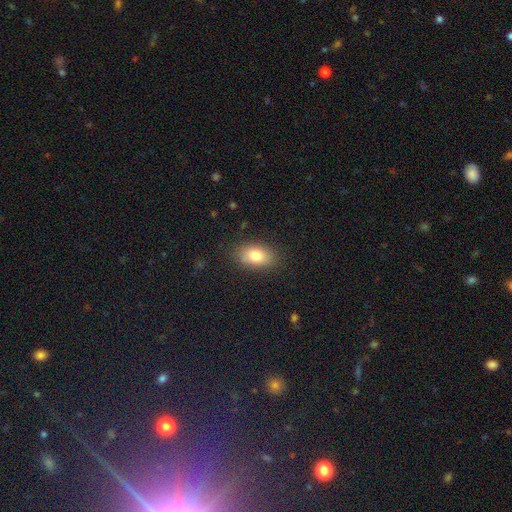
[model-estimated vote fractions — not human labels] smooth 80%, featured or disk 12%, star or artifact 9%. Down the decision tree: how rounded — in between (86%); merging — none (84%).